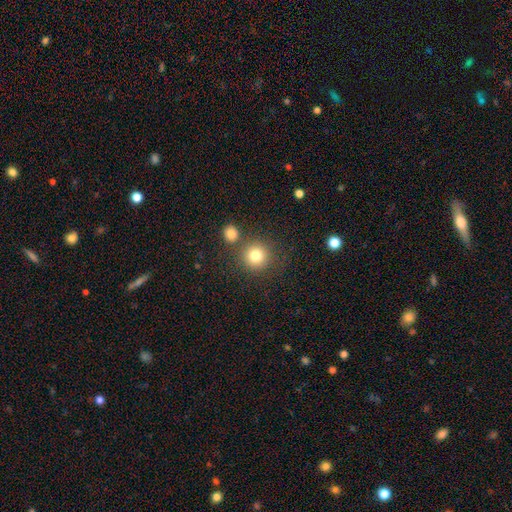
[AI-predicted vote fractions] smooth_or_featured: smooth (p=0.80) [alt: star or artifact p=0.12]
how_rounded: round (p=0.93) [alt: in between p=0.06]
merging: none (p=0.79) [alt: merger p=0.11]